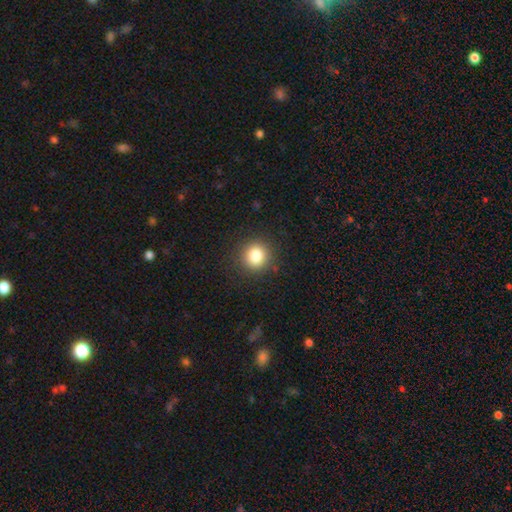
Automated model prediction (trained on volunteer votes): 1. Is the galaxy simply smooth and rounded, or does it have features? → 83% smooth, 11% star or artifact, 6% featured or disk.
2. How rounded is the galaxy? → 90% round, 9% in between, 1% cigar-shaped.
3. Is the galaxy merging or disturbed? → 90% none, 7% minor disturbance, 3% major disturbance, 1% merger.